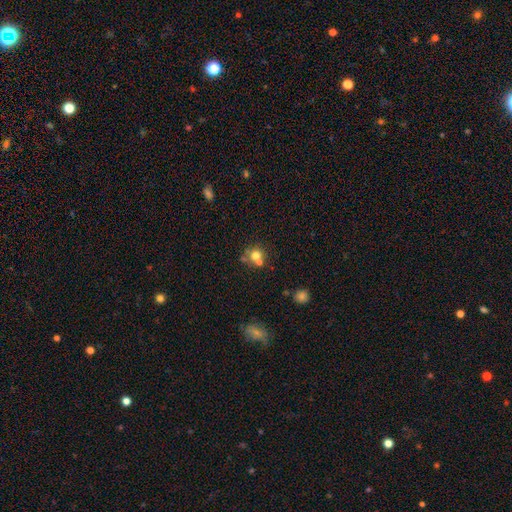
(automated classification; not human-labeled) Q: Smooth or featured?
A: smooth (70%); runner-up: featured or disk (16%)
Q: How rounded?
A: round (87%); runner-up: in between (12%)
Q: Merging?
A: none (52%); runner-up: merger (35%)